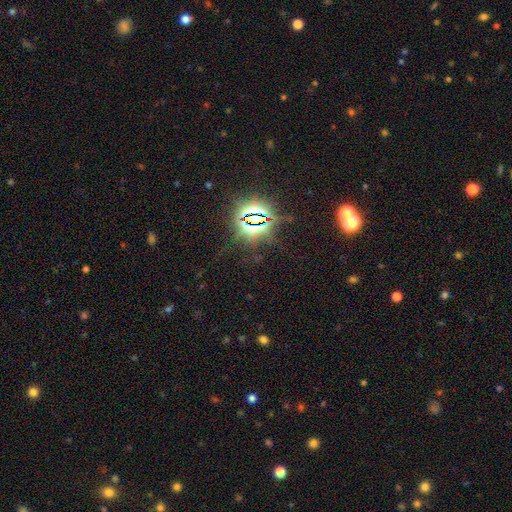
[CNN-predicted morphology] smooth_or_featured: star or artifact (p=0.81) [alt: smooth p=0.12]